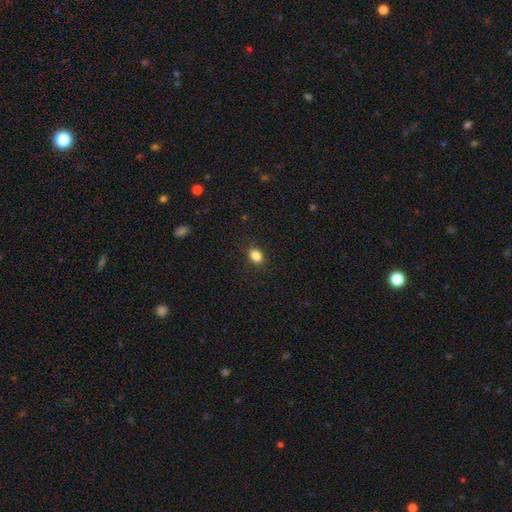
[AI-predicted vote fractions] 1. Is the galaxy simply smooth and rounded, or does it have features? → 85% smooth, 10% star or artifact, 5% featured or disk.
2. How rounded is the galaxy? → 74% in between, 25% round, 2% cigar-shaped.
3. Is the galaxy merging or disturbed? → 87% none, 9% minor disturbance, 3% major disturbance, 1% merger.